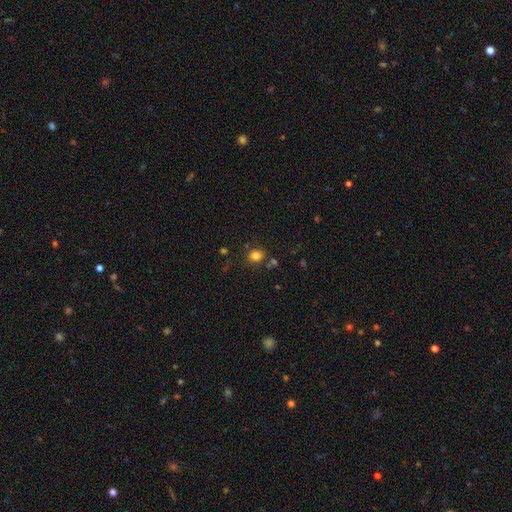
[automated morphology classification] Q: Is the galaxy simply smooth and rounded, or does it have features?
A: smooth — 81%.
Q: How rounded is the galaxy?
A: round — 53%.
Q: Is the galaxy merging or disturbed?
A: none — 75%.